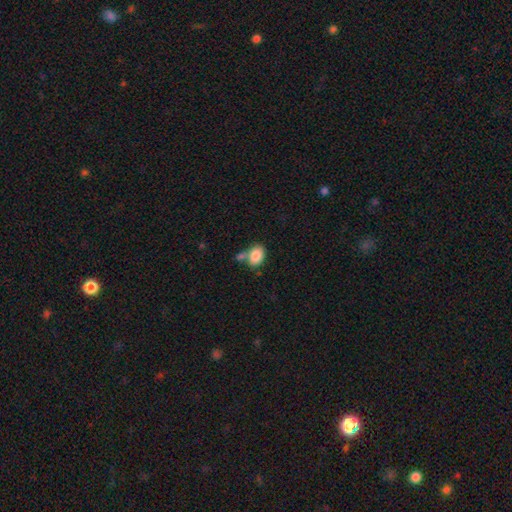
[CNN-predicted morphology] A smooth galaxy with no disk features (85%) that is in between round and cigar-shaped (80%). Merging: none (53%).